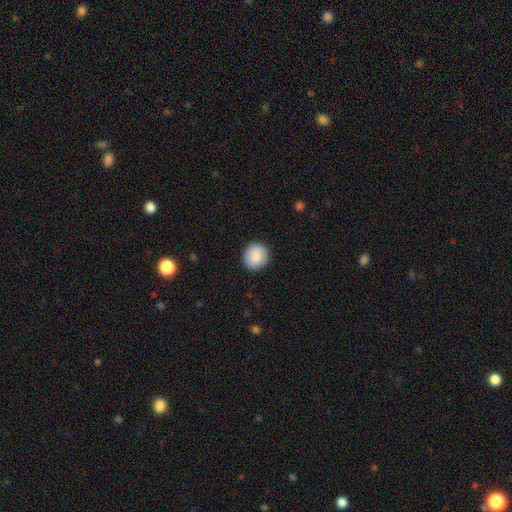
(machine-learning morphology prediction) smooth-or-featured: smooth: 88% | star or artifact: 7% | featured or disk: 6%
  how-rounded: round: 86% | in between: 13% | cigar-shaped: 1%
  merging: none: 90% | minor disturbance: 7% | major disturbance: 2% | merger: 1%